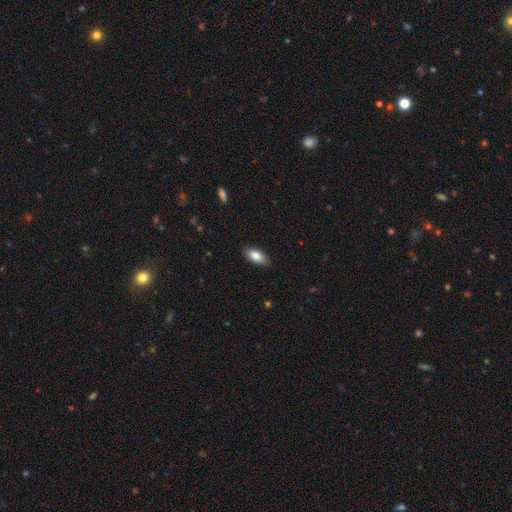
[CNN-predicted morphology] The model was most divided on "merging": none: 86%, minor disturbance: 11%, major disturbance: 2%, merger: 1%. More confident: how rounded — in between (91%); smooth or featured — smooth (86%).